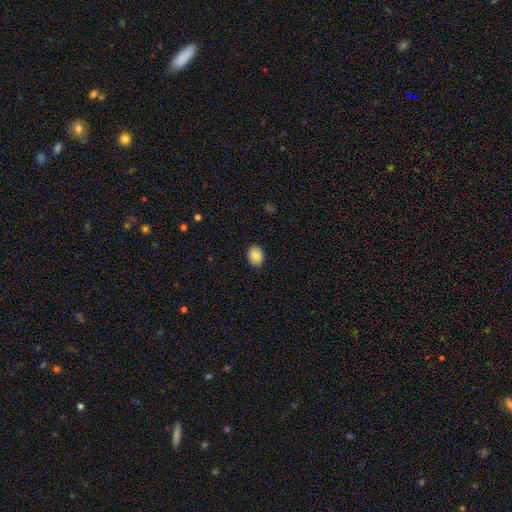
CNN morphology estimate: Q: Smooth or featured?
A: smooth (85%); runner-up: star or artifact (8%)
Q: How rounded?
A: in between (56%); runner-up: round (43%)
Q: Merging?
A: none (88%); runner-up: minor disturbance (9%)